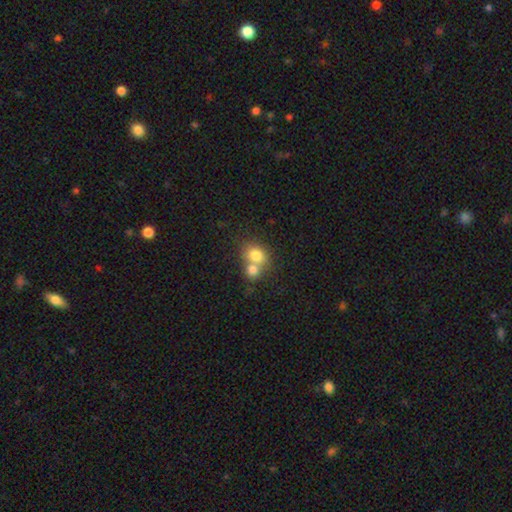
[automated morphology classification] A smooth galaxy with no disk features (78%) that is round (65%).

Vote fractions:
- Smooth or featured? smooth: 78% / featured or disk: 13% / star or artifact: 10%
- How rounded? round: 65% / in between: 34% / cigar-shaped: 1%
- Merging? merger: 60% / none: 31% / minor disturbance: 6% / major disturbance: 3%